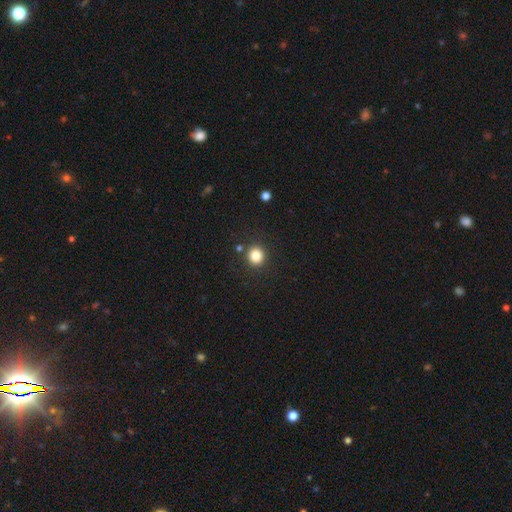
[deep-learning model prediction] Morphology: type=smooth (84%); roundness=round (88%); merging=none (87%).